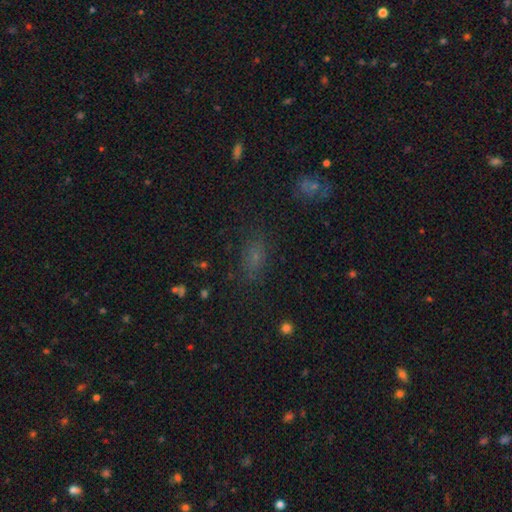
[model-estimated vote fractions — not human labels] smooth_or_featured: smooth (p=0.58) [alt: star or artifact p=0.29]
how_rounded: in between (p=0.78) [alt: round p=0.14]
merging: none (p=0.73) [alt: minor disturbance p=0.17]